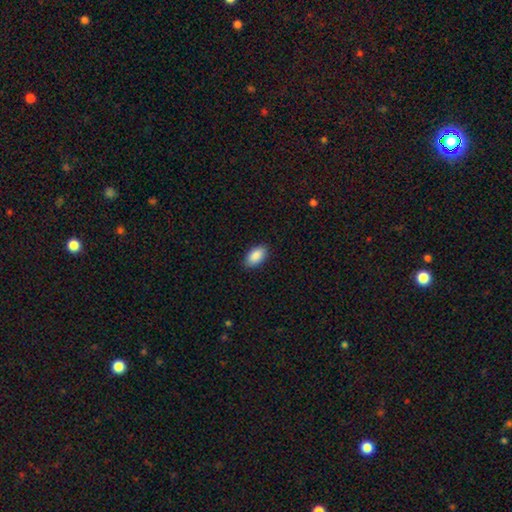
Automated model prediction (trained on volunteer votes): This appears to be a smooth galaxy with no disk features (90%) that is in between round and cigar-shaped (94%). Merging: none (88%).